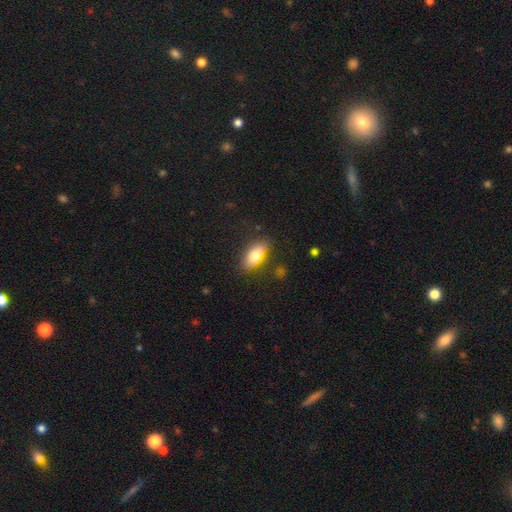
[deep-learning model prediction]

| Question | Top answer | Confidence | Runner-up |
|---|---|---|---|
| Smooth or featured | smooth | 63% | featured or disk (28%) |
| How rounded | in between | 72% | cigar-shaped (23%) |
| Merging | none | 80% | minor disturbance (14%) |